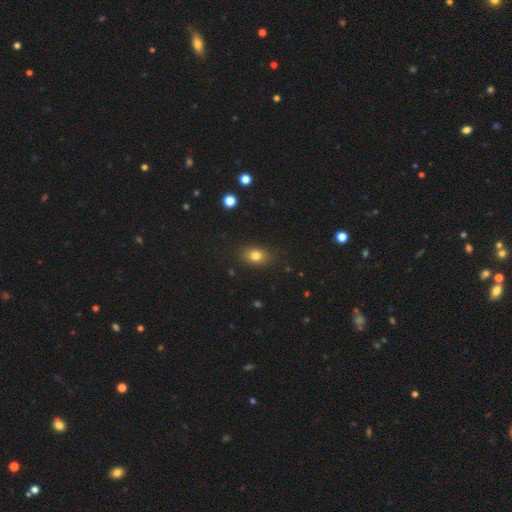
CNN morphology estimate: Overall: smooth (80%). How rounded: in between (72%). Merging: none (85%).